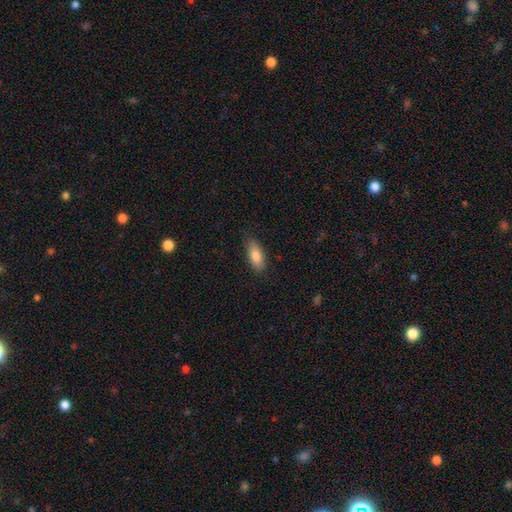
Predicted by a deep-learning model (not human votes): Morphology: type=smooth (82%); roundness=in between (80%); merging=none (85%).